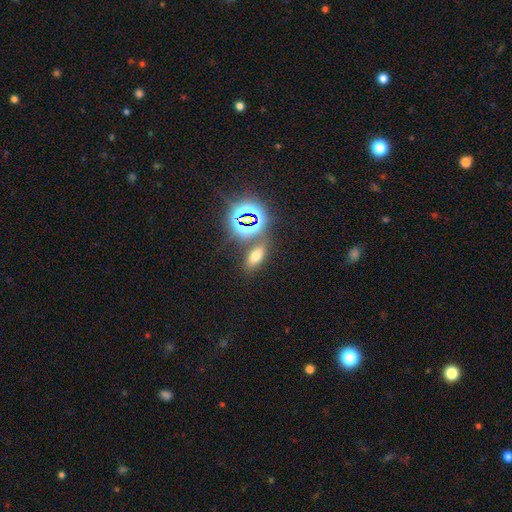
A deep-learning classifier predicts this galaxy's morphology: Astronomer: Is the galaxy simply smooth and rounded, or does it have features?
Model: smooth — 55% (runner-up: star or artifact, 34%).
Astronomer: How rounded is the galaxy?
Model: in between — 78%.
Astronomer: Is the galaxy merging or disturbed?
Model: none — 74%.